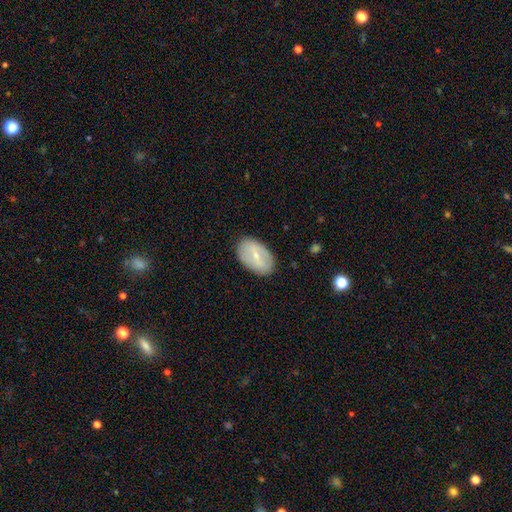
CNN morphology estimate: This appears to be a featured or disk galaxy (48%). Merging: none (84%).